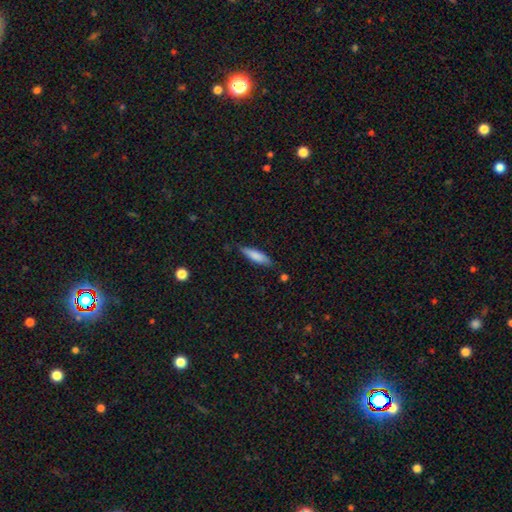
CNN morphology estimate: smooth 76%, featured or disk 18%, star or artifact 6%. Down the decision tree: how rounded — cigar-shaped (71%); merging — none (79%).